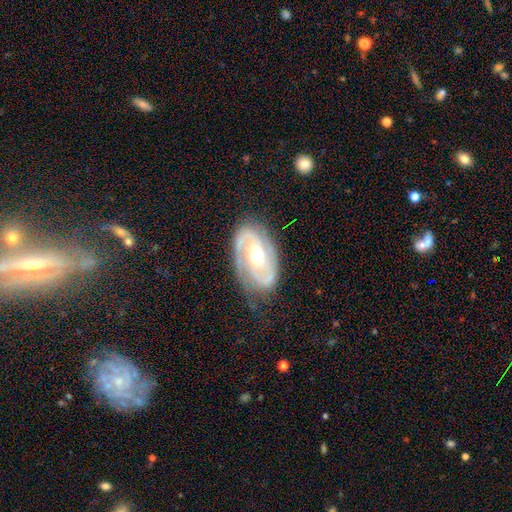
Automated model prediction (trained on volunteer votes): The model was most divided on "spiral winding": medium: 44%, tight: 42%, loose: 14%. More confident: edge-on disk — no (96%); spiral arms — yes (95%); smooth or featured — featured or disk (88%); spiral arm count — 2 (85%); merging — none (73%); bulge size — moderate (66%); bar — no (59%).